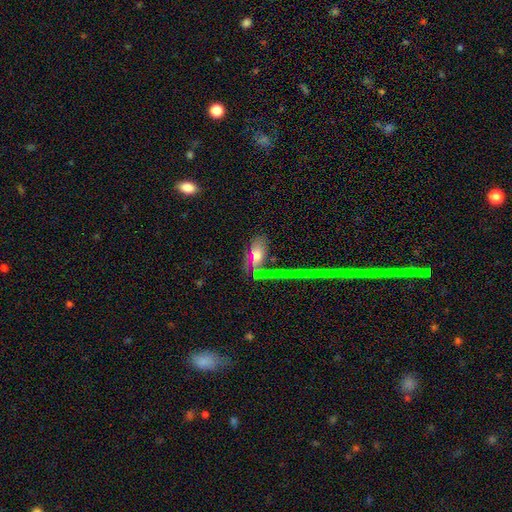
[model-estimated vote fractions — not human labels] Overall: smooth (57%; featured or disk 27%). How rounded: in between (83%). Merging: none (49%; minor disturbance 19%).